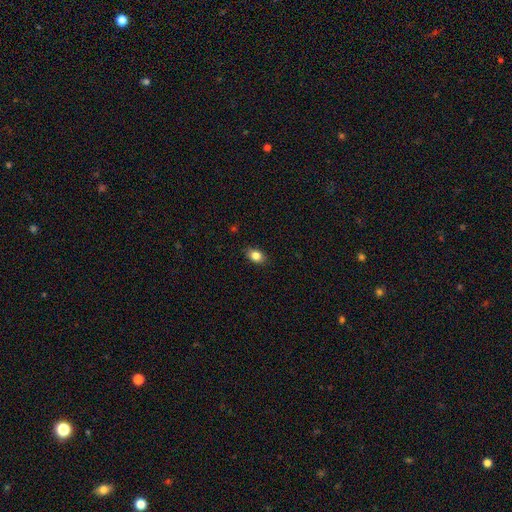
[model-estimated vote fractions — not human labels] smooth 84%, star or artifact 9%, featured or disk 7%. Down the decision tree: how rounded — in between (75%); merging — none (87%).